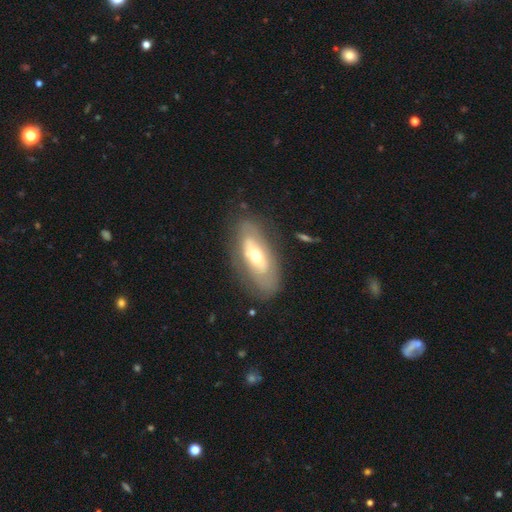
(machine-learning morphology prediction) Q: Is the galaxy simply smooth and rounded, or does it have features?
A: featured or disk — 59%.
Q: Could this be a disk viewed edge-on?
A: no — 84%.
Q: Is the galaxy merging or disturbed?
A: none — 77%.